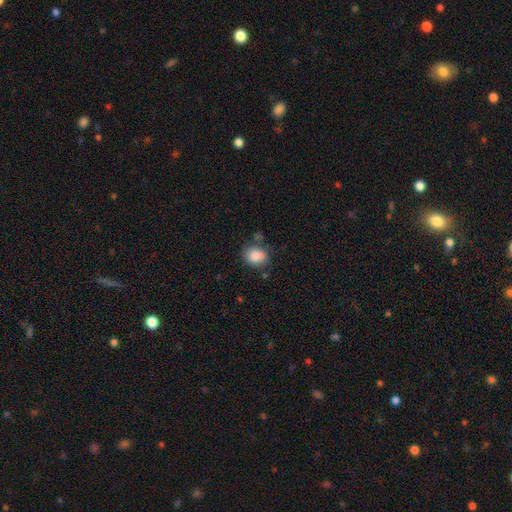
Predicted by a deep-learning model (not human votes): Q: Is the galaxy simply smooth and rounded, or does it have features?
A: smooth — 83%.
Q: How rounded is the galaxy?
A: round — 58%.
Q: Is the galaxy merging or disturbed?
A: none — 60%.